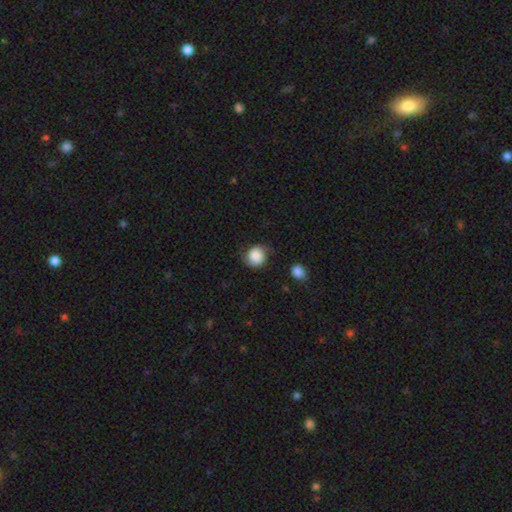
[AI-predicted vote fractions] Morphology: type=smooth (73%); roundness=round (83%); merging=none (64%).